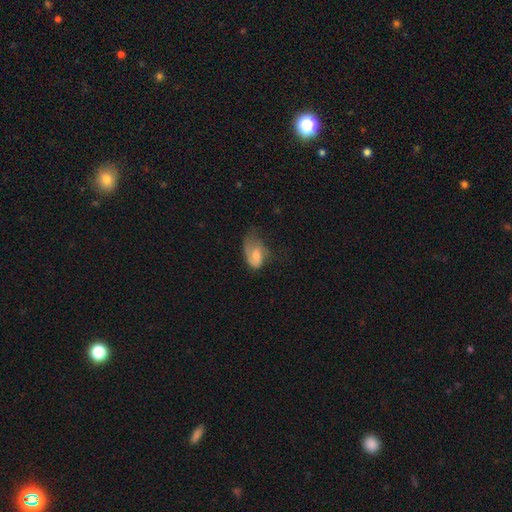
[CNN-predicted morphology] The model was most divided on "smooth or featured": featured or disk: 47%, smooth: 46%, star or artifact: 8%. Remaining: merging — major disturbance (38%).